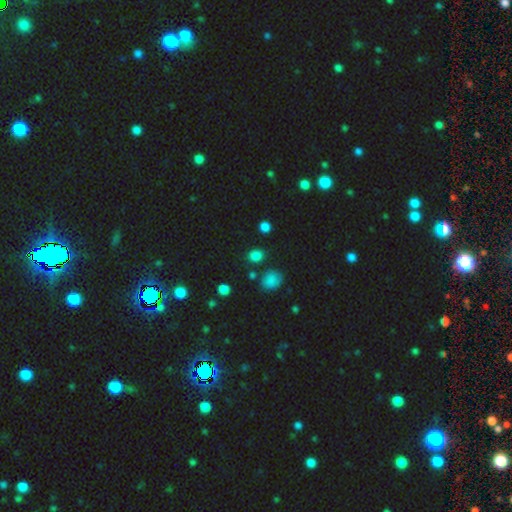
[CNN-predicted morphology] smooth-or-featured: smooth: 79% | star or artifact: 17% | featured or disk: 5%
  how-rounded: round: 63% | in between: 36% | cigar-shaped: 1%
  merging: none: 80% | minor disturbance: 11% | merger: 6% | major disturbance: 3%